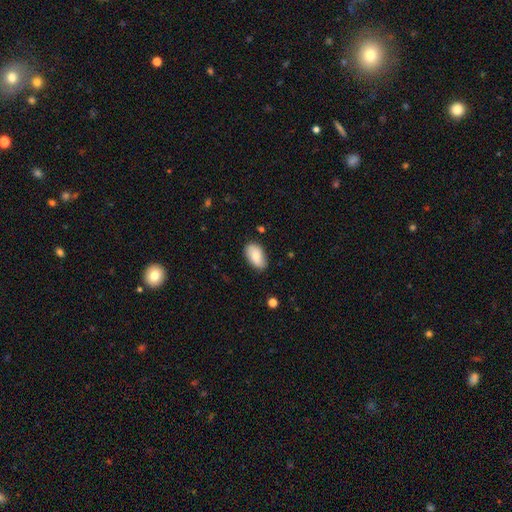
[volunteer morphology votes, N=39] Smooth or featured: smooth — 77% (featured or disk — 21%)
How rounded: in between — 93% (round — 3%)
Merging: none — 76% (minor disturbance — 21%)